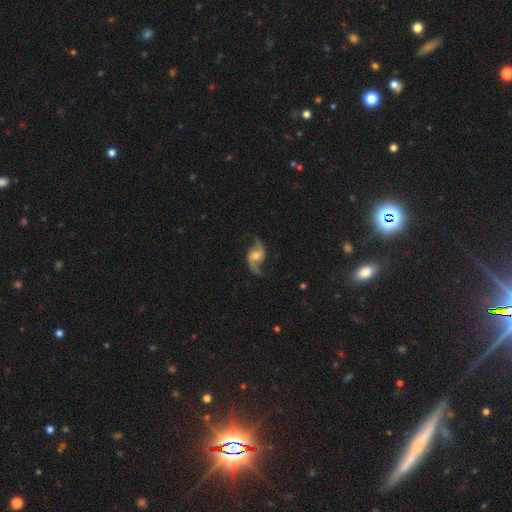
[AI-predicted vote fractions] Smooth or featured: featured or disk — 87% (smooth — 7%)
Edge-on disk: no — 97% (yes — 3%)
Bar: no — 52% (weak — 37%)
Spiral arms: yes — 96% (no — 4%)
Spiral winding: loose — 76% (medium — 20%)
Spiral arm count: 2 — 94% (can't tell — 2%)
Bulge size: moderate — 55% (small — 29%)
Merging: none — 78% (minor disturbance — 14%)